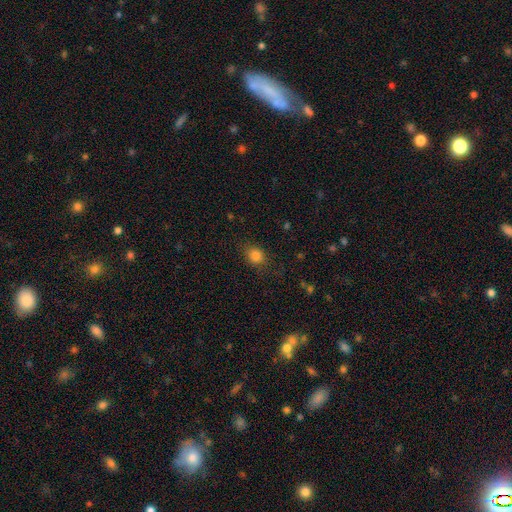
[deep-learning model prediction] Q: Smooth or featured?
A: smooth (83%); runner-up: star or artifact (12%)
Q: How rounded?
A: round (63%); runner-up: in between (35%)
Q: Merging?
A: none (79%); runner-up: minor disturbance (15%)